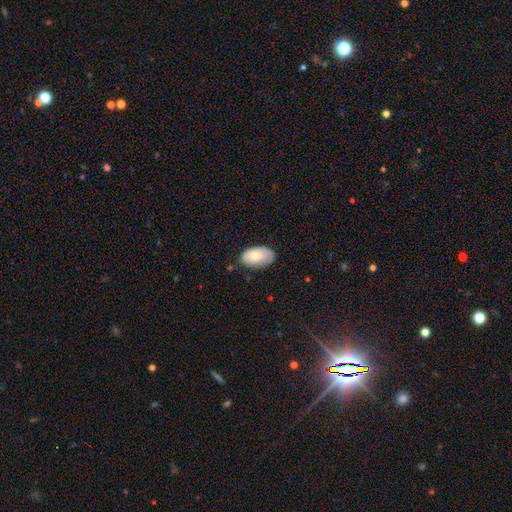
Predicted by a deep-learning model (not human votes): smooth-or-featured: smooth: 75% | featured or disk: 19% | star or artifact: 6%
  how-rounded: in between: 95% | round: 4% | cigar-shaped: 1%
  merging: none: 76% | minor disturbance: 20% | major disturbance: 3% | merger: 1%